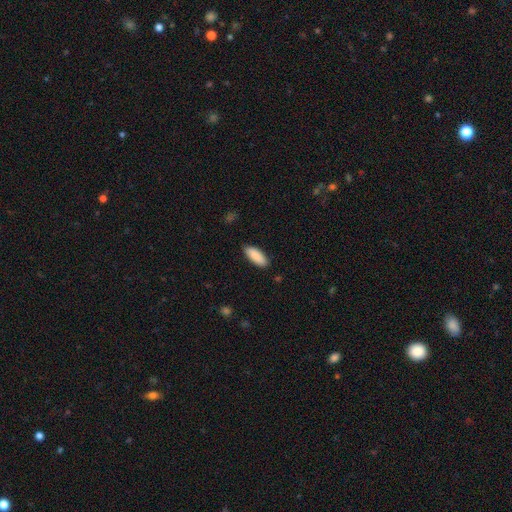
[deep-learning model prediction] A smooth galaxy with no disk features (89%) that is in between round and cigar-shaped (77%). Merging: none (87%).